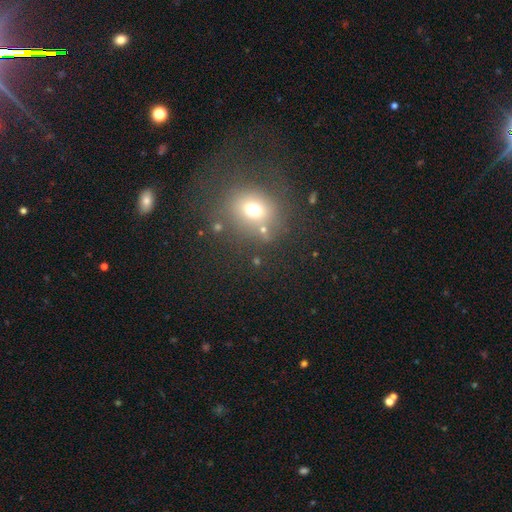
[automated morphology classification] The model was most divided on "smooth or featured": smooth: 55%, star or artifact: 27%, featured or disk: 19%. More confident: how rounded — round (72%); merging — none (54%).